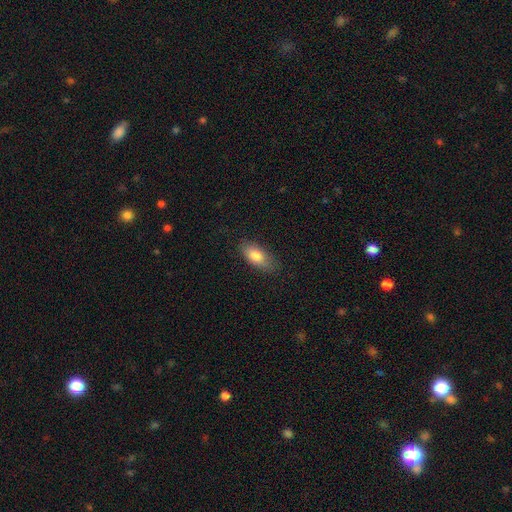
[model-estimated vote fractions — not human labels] The model was most divided on "merging": none: 79%, minor disturbance: 16%, major disturbance: 3%, merger: 1%. More confident: how rounded — in between (87%); smooth or featured — smooth (81%).